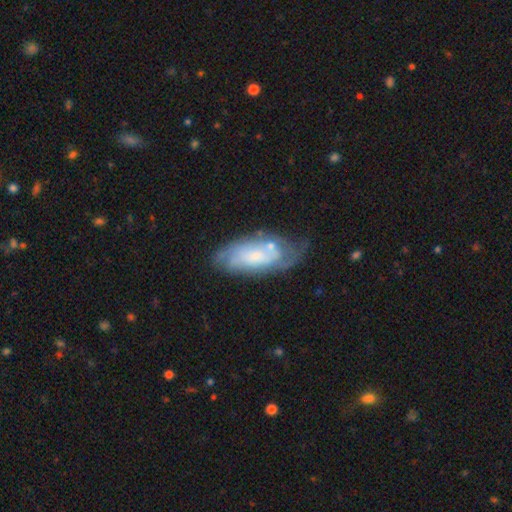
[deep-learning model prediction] Smooth or featured? Predicted: featured or disk (p=0.62). Edge-on disk? Predicted: no (p=0.90). Bar? Predicted: no (p=0.70). Spiral arms? Predicted: yes (p=0.76). Bulge size? Predicted: small (p=0.57). Merging? Predicted: none (p=0.55).